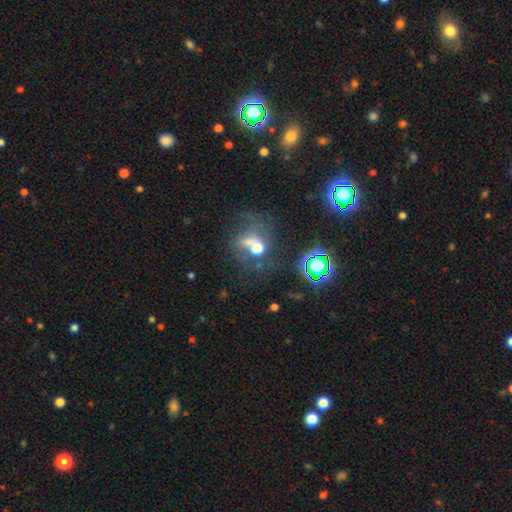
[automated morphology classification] A star or artifact, not a galaxy (41%).